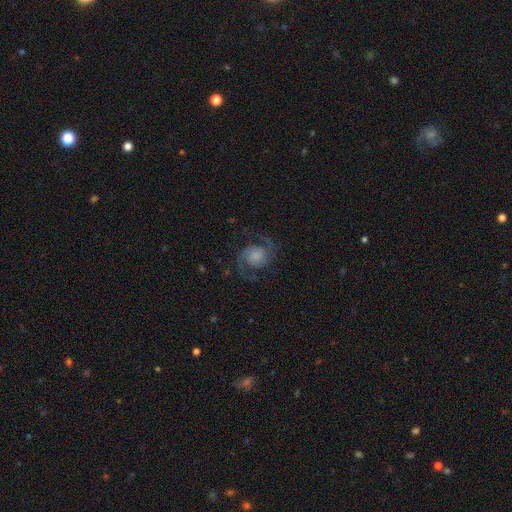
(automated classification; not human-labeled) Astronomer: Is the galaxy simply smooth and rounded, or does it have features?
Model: featured or disk — 87%.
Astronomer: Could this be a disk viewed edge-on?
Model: no — 98%.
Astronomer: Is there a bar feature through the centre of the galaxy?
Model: no — 70%.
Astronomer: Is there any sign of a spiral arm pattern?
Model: yes — 98%.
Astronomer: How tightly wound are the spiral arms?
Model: medium — 55%.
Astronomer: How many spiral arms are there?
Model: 2 — 95%.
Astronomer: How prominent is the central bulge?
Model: none — 33% (runner-up: large, 28%).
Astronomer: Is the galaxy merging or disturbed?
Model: none — 80%.